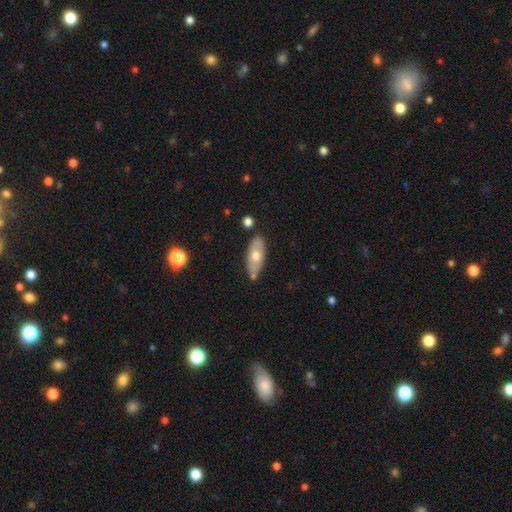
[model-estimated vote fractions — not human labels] Overall: smooth (58%; featured or disk 36%). How rounded: in between (81%). Merging: none (74%).